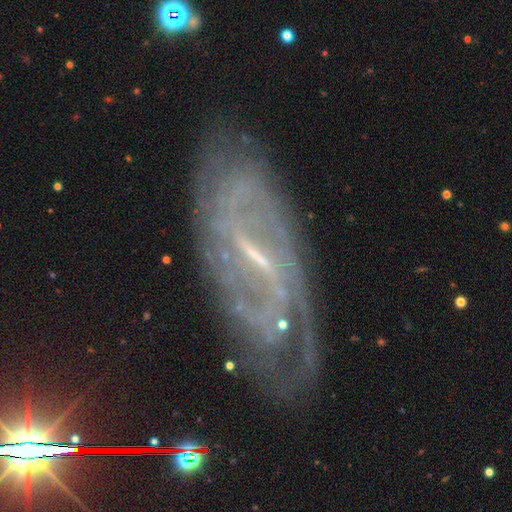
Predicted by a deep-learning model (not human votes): The model was most divided on "bar": strong: 43%, weak: 41%, no: 16%. Remaining: spiral arms — yes (93%); edge-on disk — no (89%); smooth or featured — featured or disk (82%); bulge size — small (76%); merging — none (76%); spiral winding — tight (53%); spiral arm count — 2 (37%).